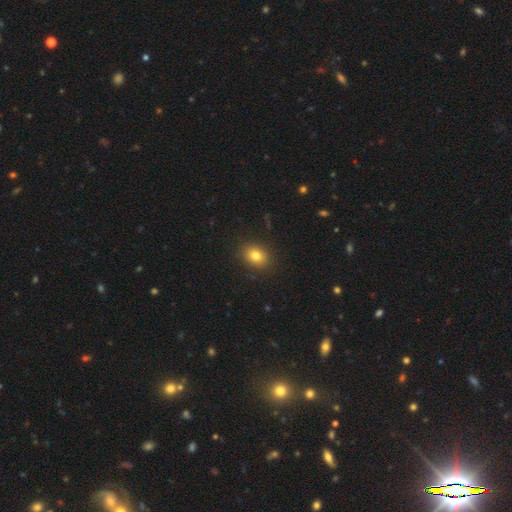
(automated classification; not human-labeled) A smooth galaxy with no disk features (81%) that is in between round and cigar-shaped (59%). Merging: none (88%).